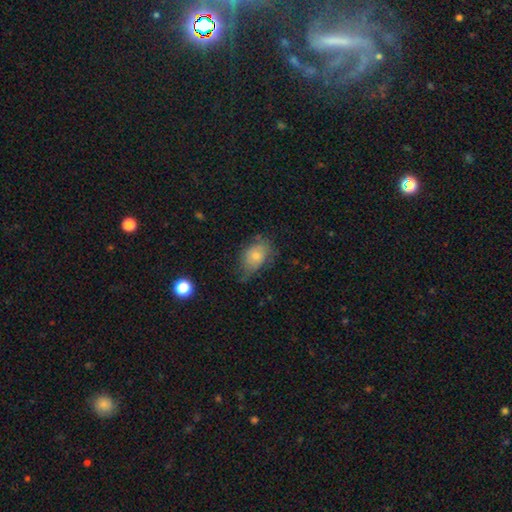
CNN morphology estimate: Smooth or featured? Predicted: smooth (p=0.66). How rounded? Predicted: in between (p=0.80). Merging? Predicted: none (p=0.47).